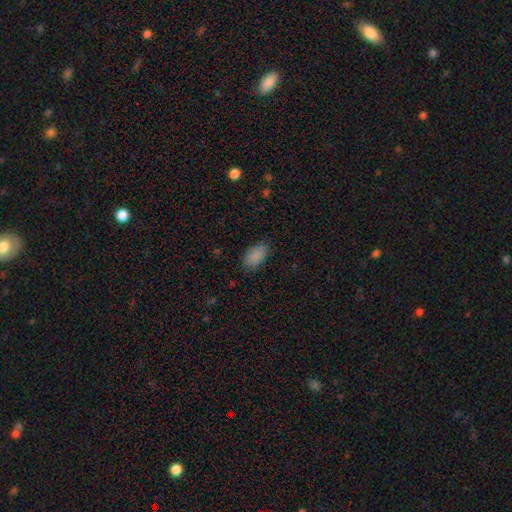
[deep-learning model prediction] This is clearly a smooth galaxy (87%). How rounded: clearly in between (93%). Merging: clearly none (82%).